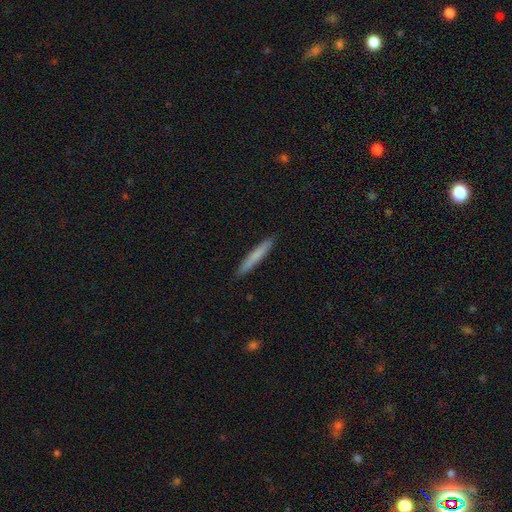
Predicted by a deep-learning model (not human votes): Smooth or featured?
  - smooth: 74% *
  - featured or disk: 20%
  - star or artifact: 6%
How rounded?
  - cigar-shaped: 96% *
  - in between: 3%
  - round: 1%
Merging?
  - none: 92% *
  - minor disturbance: 6%
  - major disturbance: 1%
  - merger: 1%